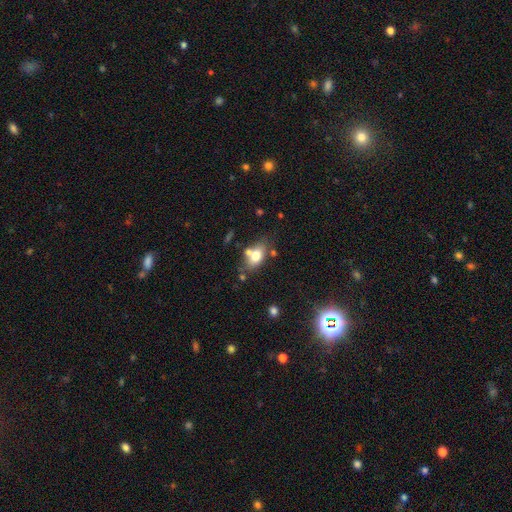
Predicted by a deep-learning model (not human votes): Smooth or featured? smooth (72%)
How rounded? in between (83%)
Merging? none (57%)